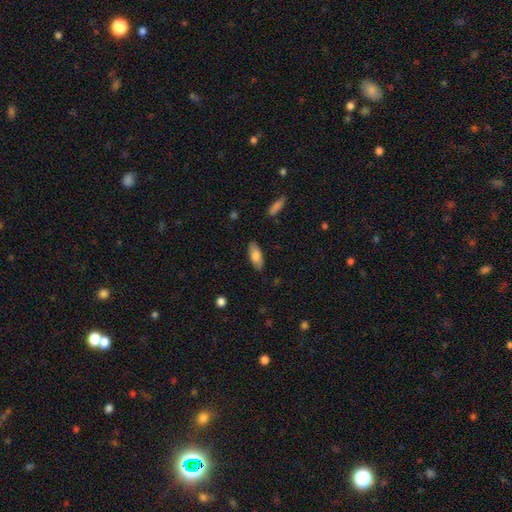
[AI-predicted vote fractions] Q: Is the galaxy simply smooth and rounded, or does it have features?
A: smooth — 78%.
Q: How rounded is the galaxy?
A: in between — 80%.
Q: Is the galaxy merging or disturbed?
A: none — 85%.